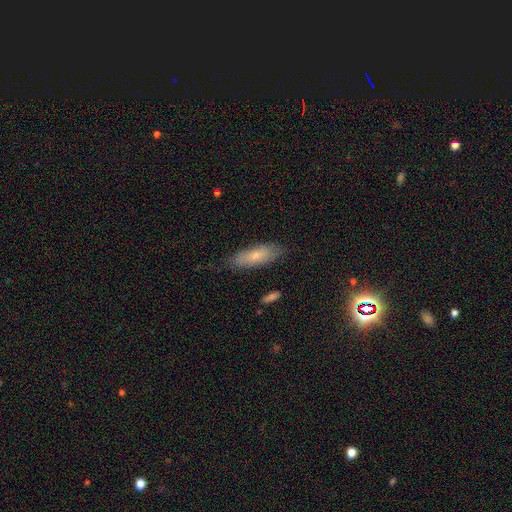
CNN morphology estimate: Smooth or featured? Predicted: smooth (p=0.68). How rounded? Predicted: in between (p=0.61). Merging? Predicted: none (p=0.77).